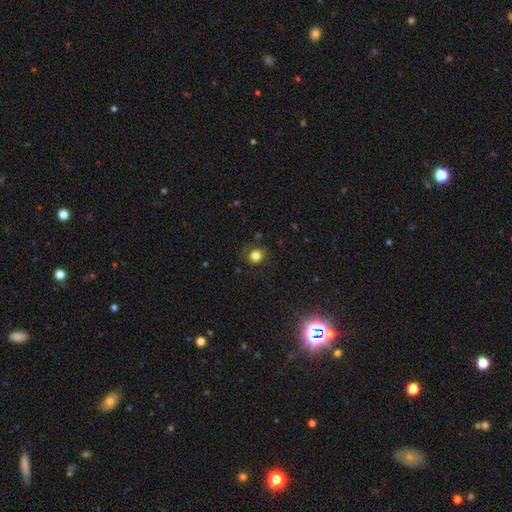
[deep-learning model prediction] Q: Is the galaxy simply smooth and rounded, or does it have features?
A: smooth — 80%.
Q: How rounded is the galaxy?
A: round — 78%.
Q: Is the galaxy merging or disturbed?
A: none — 79%.